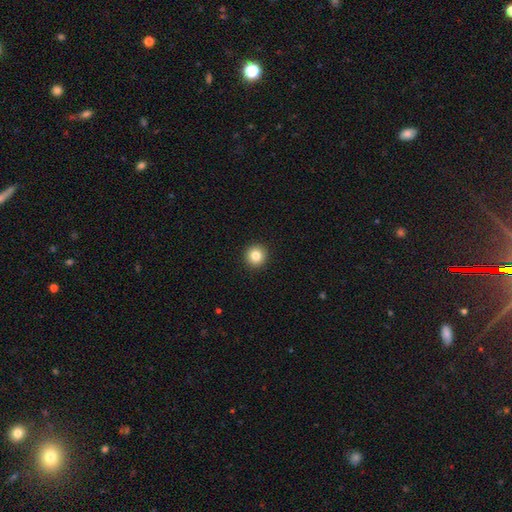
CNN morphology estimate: type=smooth (83%); roundness=round (94%); merging=none (94%).